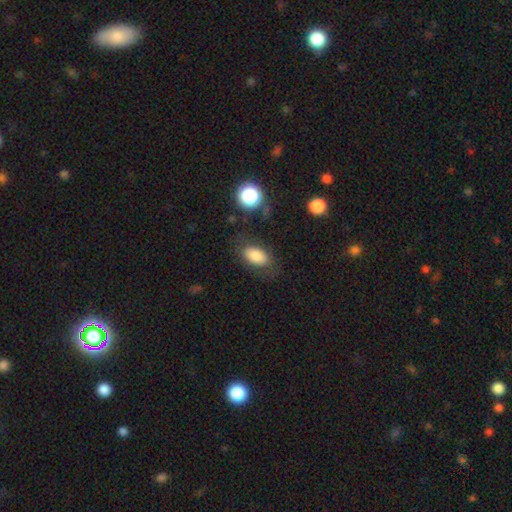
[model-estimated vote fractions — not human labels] Q: Smooth or featured?
A: smooth (79%); runner-up: featured or disk (12%)
Q: How rounded?
A: in between (91%); runner-up: round (6%)
Q: Merging?
A: none (74%); runner-up: minor disturbance (15%)